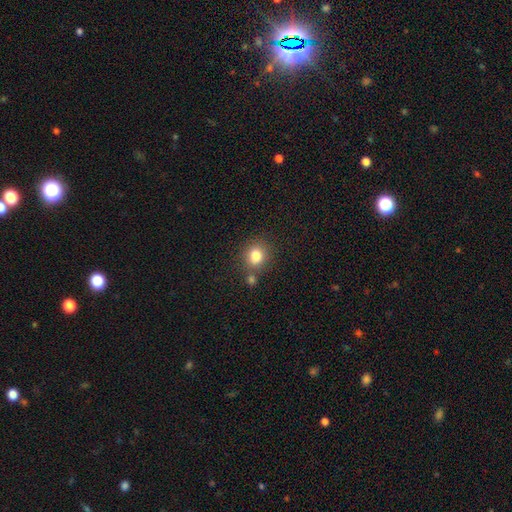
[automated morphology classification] A smooth galaxy with no disk features (81%) that is round (76%).

Vote fractions:
- Smooth or featured? smooth: 81% / star or artifact: 11% / featured or disk: 8%
- How rounded? round: 76% / in between: 23% / cigar-shaped: 1%
- Merging? none: 69% / merger: 16% / minor disturbance: 11% / major disturbance: 4%